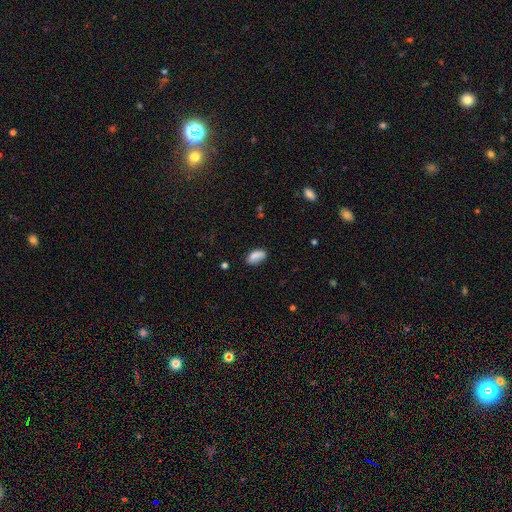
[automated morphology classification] Overall: smooth (83%). How rounded: in between (92%). Merging: none (70%).